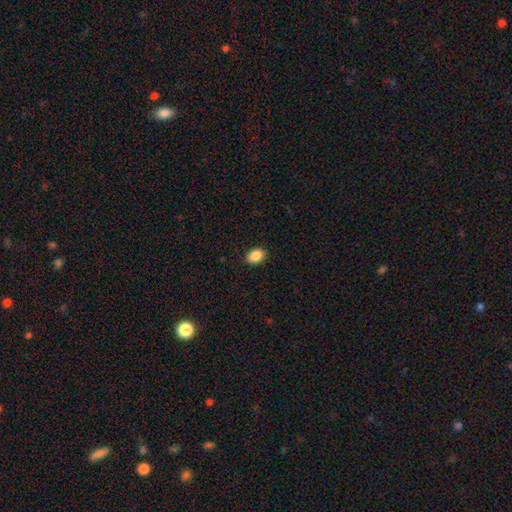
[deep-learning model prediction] A smooth galaxy with no disk features (89%) that is in between round and cigar-shaped (84%). Merging: none (90%).